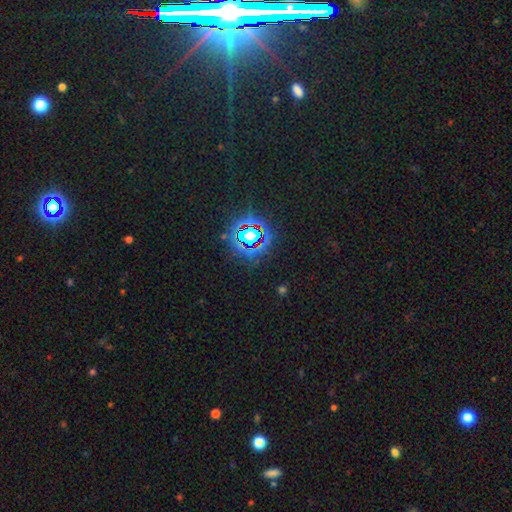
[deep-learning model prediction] Overall: star or artifact (77%).